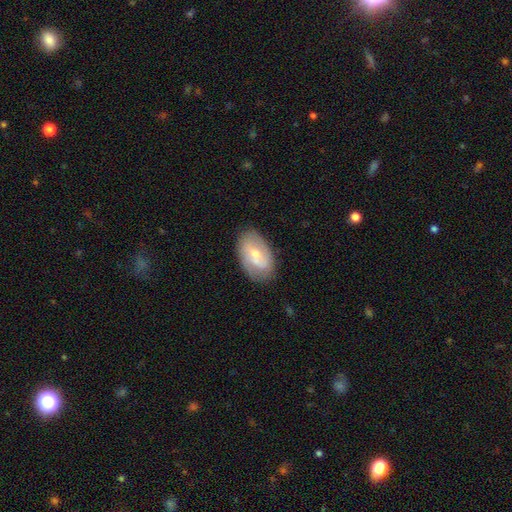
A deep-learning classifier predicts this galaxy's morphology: Smooth or featured: featured or disk — 55% (smooth — 39%)
Edge-on disk: no — 94% (yes — 6%)
Bar: weak — 48% (no — 37%)
Spiral arms: yes — 73% (no — 27%)
Bulge size: moderate — 47% (tied with small — 47%)
Merging: none — 78% (minor disturbance — 16%)